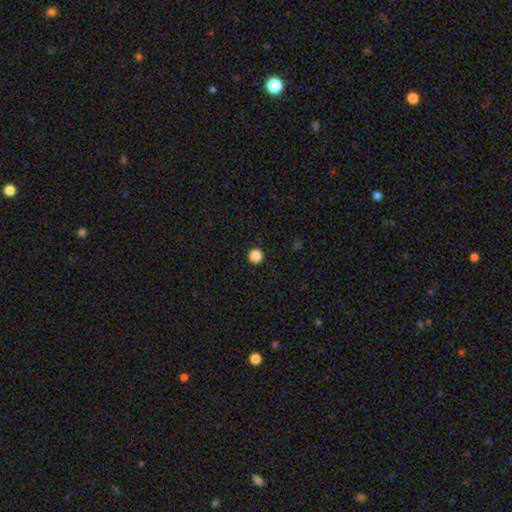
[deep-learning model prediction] A smooth galaxy with no disk features (86%) that is round (96%).

Vote fractions:
- Smooth or featured? smooth: 86% / star or artifact: 11% / featured or disk: 3%
- How rounded? round: 96% / in between: 3% / cigar-shaped: 1%
- Merging? none: 93% / minor disturbance: 4% / major disturbance: 2% / merger: 1%